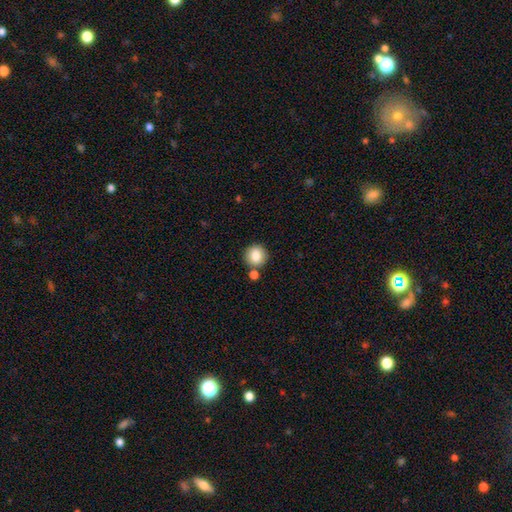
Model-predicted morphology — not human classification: This is clearly a smooth galaxy (84%). How rounded: clearly round (92%). Merging: likely none (79%).